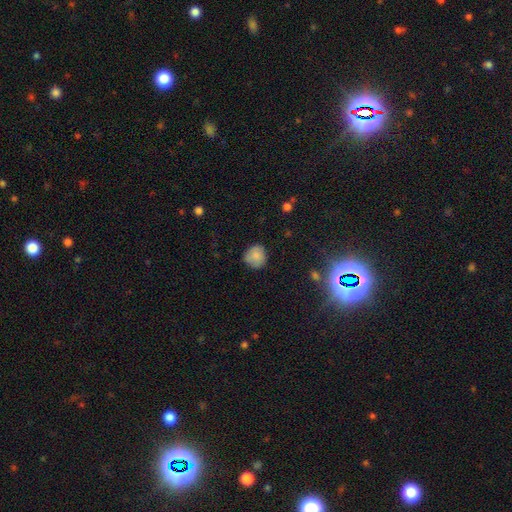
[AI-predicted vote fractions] A smooth galaxy with no disk features (82%) that is round (86%).

Vote fractions:
- Smooth or featured? smooth: 82% / star or artifact: 9% / featured or disk: 9%
- How rounded? round: 86% / in between: 13% / cigar-shaped: 1%
- Merging? none: 77% / minor disturbance: 18% / major disturbance: 4% / merger: 2%